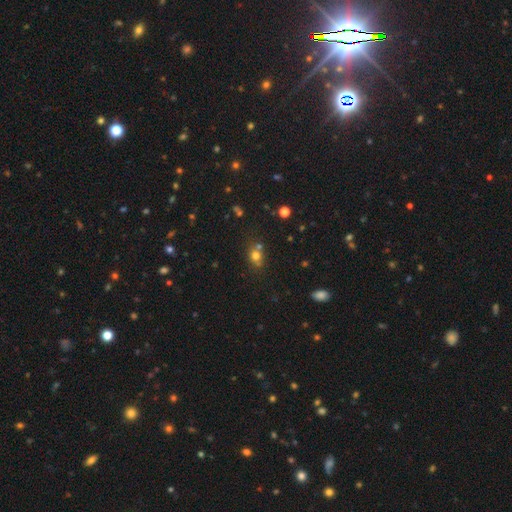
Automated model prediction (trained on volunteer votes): Smooth or featured: smooth — 71% (star or artifact — 19%)
How rounded: round — 65% (in between — 33%)
Merging: none — 57% (merger — 24%)